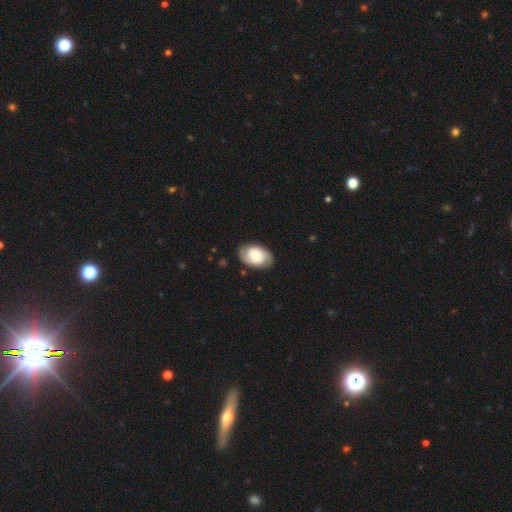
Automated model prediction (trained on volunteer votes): A featured or disk galaxy (54%) with no bar (68%), spiral arms (81%) and a moderate central bulge (49%). Merging: none (81%).